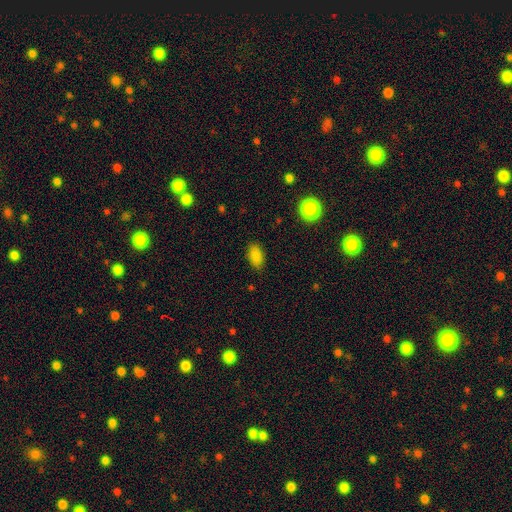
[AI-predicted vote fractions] Smooth or featured?
  - smooth: 85% *
  - star or artifact: 11%
  - featured or disk: 4%
How rounded?
  - in between: 91% *
  - round: 6%
  - cigar-shaped: 3%
Merging?
  - none: 85% *
  - minor disturbance: 11%
  - major disturbance: 3%
  - merger: 1%